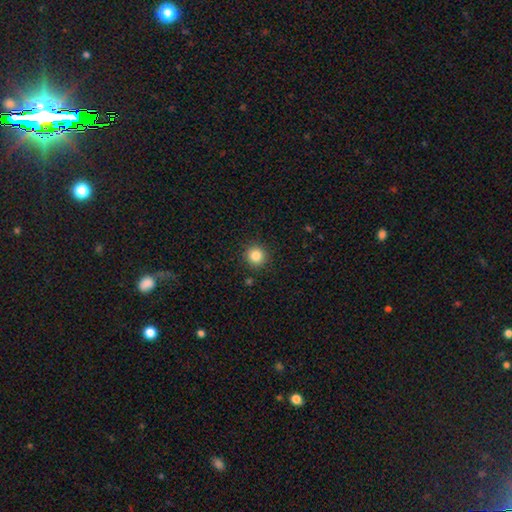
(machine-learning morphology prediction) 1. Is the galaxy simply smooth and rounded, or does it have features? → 85% smooth, 11% star or artifact, 5% featured or disk.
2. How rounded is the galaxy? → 94% round, 5% in between, 1% cigar-shaped.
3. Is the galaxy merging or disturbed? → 90% none, 6% minor disturbance, 2% major disturbance, 1% merger.